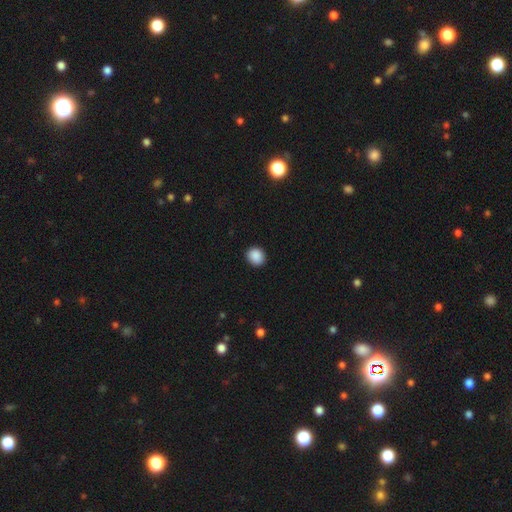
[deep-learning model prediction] Q: Smooth or featured?
A: smooth (89%); runner-up: star or artifact (8%)
Q: How rounded?
A: round (79%); runner-up: in between (20%)
Q: Merging?
A: none (92%); runner-up: minor disturbance (6%)